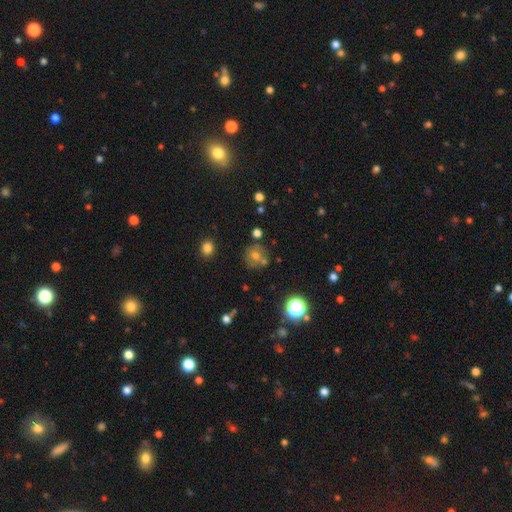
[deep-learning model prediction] smooth 54%, star or artifact 26%, featured or disk 20%. Down the decision tree: how rounded — round (86%); merging — none (70%).